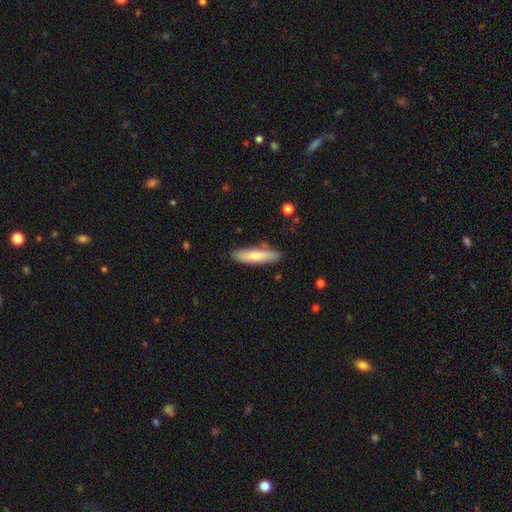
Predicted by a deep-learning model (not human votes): This is likely a smooth galaxy (73%). How rounded: likely cigar-shaped (75%). Merging: clearly none (84%).